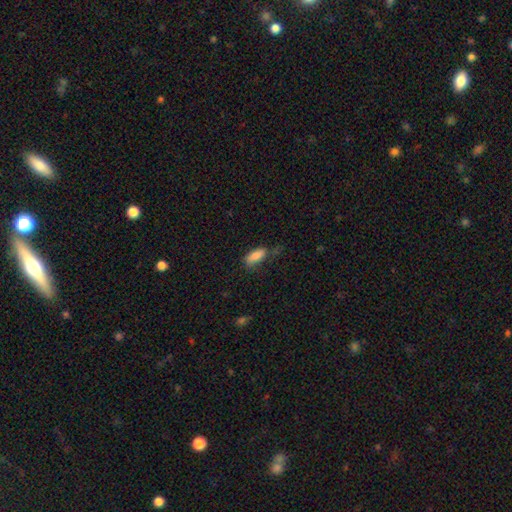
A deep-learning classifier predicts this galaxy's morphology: This appears to be a smooth galaxy with no disk features (83%) that is in between round and cigar-shaped (81%). Merging: none (50%).